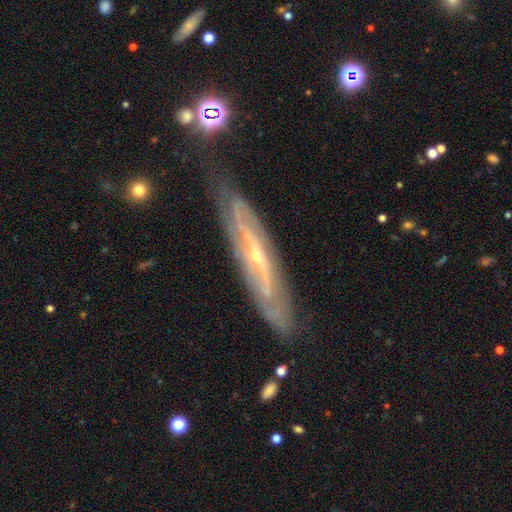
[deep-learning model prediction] A featured or disk galaxy (84%) with no bar (45%), spiral arms (88%) and a small central bulge (73%).

Vote fractions:
- Smooth or featured? featured or disk: 84% / smooth: 9% / star or artifact: 6%
- Edge-on disk? no: 59% / yes: 41%
- Bar? no: 45% / weak: 32% / strong: 23%
- Spiral arms? yes: 88% / no: 12%
- Bulge size? small: 73% / moderate: 24% / none: 1% / large: 1% / dominant: 1%
- Merging? none: 79% / minor disturbance: 16% / major disturbance: 4% / merger: 2%